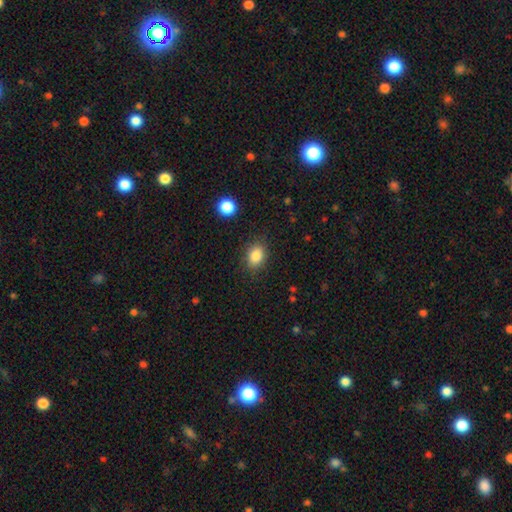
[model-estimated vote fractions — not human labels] This is clearly a smooth galaxy (85%). How rounded: likely in between (71%). Merging: clearly none (83%).